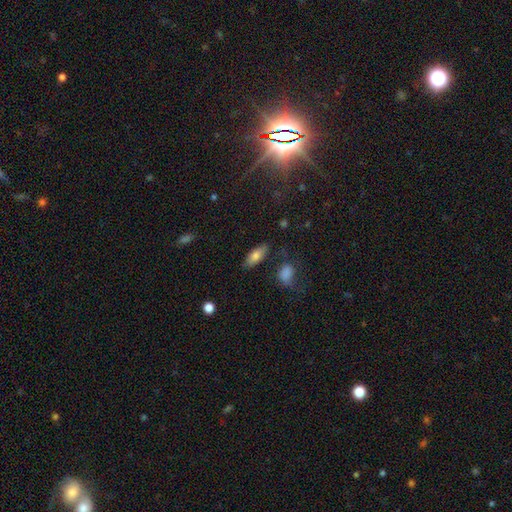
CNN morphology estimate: Smooth or featured? Predicted: smooth (p=0.76). How rounded? Predicted: in between (p=0.77). Merging? Predicted: none (p=0.81).